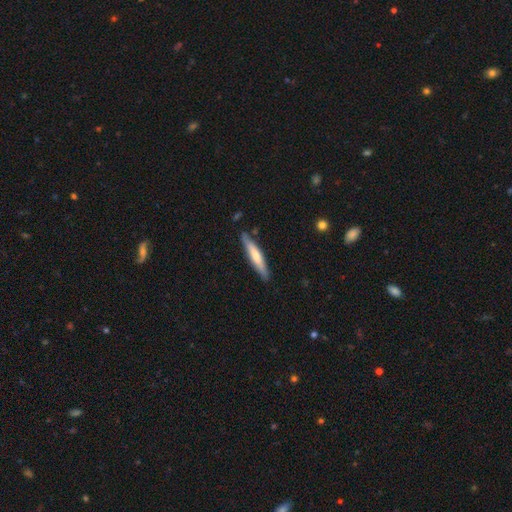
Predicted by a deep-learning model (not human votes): Q: Smooth or featured?
A: smooth (61%); runner-up: featured or disk (34%)
Q: How rounded?
A: cigar-shaped (90%); runner-up: in between (9%)
Q: Merging?
A: none (84%); runner-up: minor disturbance (12%)